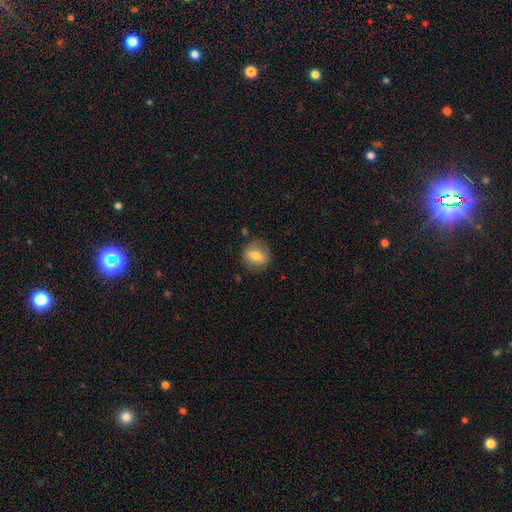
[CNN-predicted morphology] Smooth or featured?
  - smooth: 71% *
  - featured or disk: 21%
  - star or artifact: 8%
How rounded?
  - round: 78% *
  - in between: 21%
  - cigar-shaped: 1%
Merging?
  - none: 82% *
  - minor disturbance: 13%
  - major disturbance: 4%
  - merger: 2%